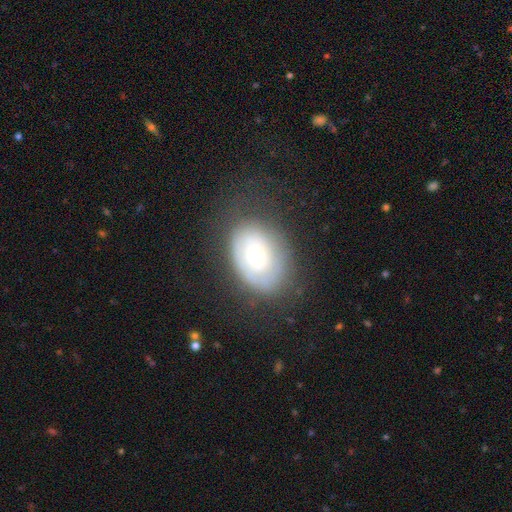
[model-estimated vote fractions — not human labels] Q: Smooth or featured?
A: smooth (47%); runner-up: featured or disk (45%)
Q: Merging?
A: none (61%); runner-up: minor disturbance (24%)